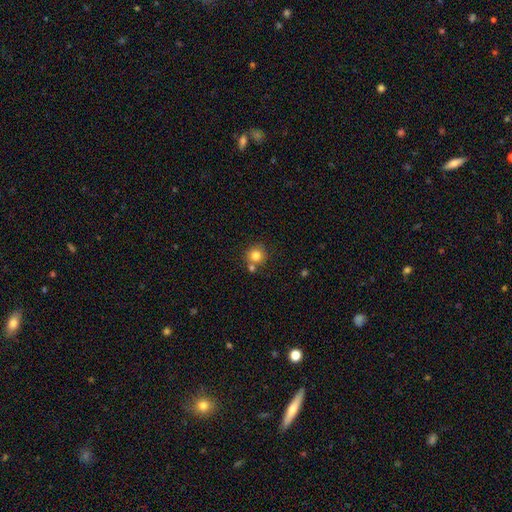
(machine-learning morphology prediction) smooth-or-featured: smooth: 81% | star or artifact: 11% | featured or disk: 7%
  how-rounded: round: 93% | in between: 6% | cigar-shaped: 1%
  merging: none: 69% | merger: 20% | minor disturbance: 9% | major disturbance: 3%